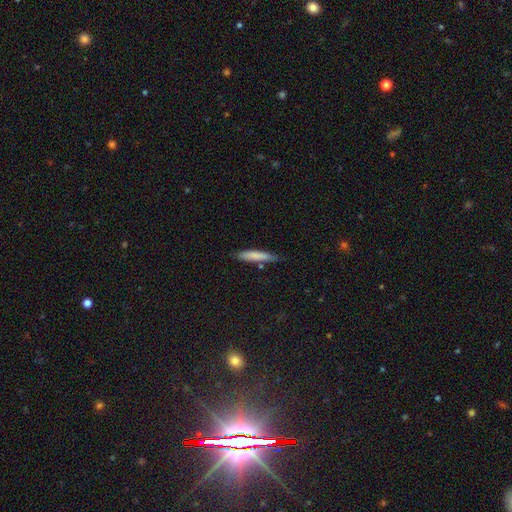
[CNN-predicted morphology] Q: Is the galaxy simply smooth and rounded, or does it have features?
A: smooth — 79%.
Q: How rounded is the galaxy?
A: cigar-shaped — 89%.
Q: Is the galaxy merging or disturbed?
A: none — 78%.